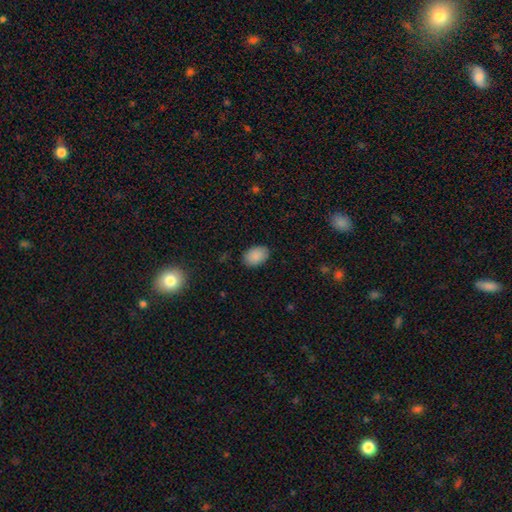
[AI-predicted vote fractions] smooth 89%, star or artifact 7%, featured or disk 3%. Down the decision tree: how rounded — in between (85%); merging — none (86%).